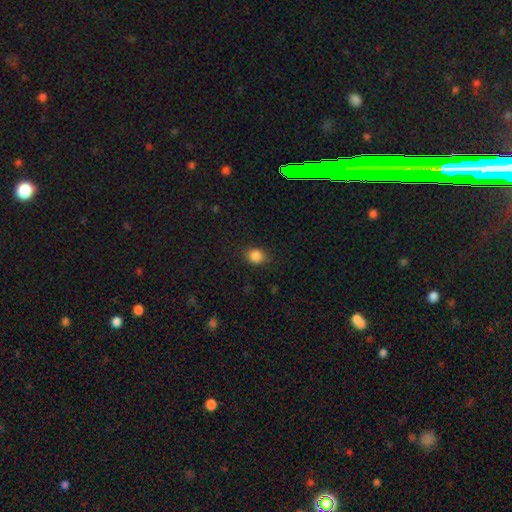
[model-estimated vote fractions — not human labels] smooth_or_featured: smooth (p=0.86) [alt: star or artifact p=0.11]
how_rounded: round (p=0.71) [alt: in between p=0.28]
merging: none (p=0.84) [alt: minor disturbance p=0.12]